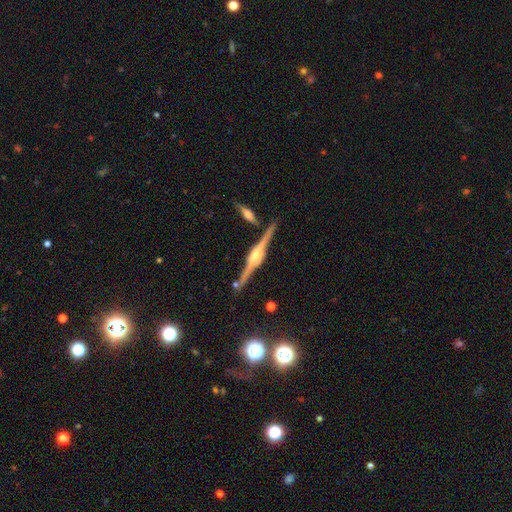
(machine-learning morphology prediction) Smooth or featured? Predicted: featured or disk (p=0.88). Edge-on disk? Predicted: yes (p=0.98). Edge-on bulge? Predicted: rounded (p=0.87). Merging? Predicted: none (p=0.84).